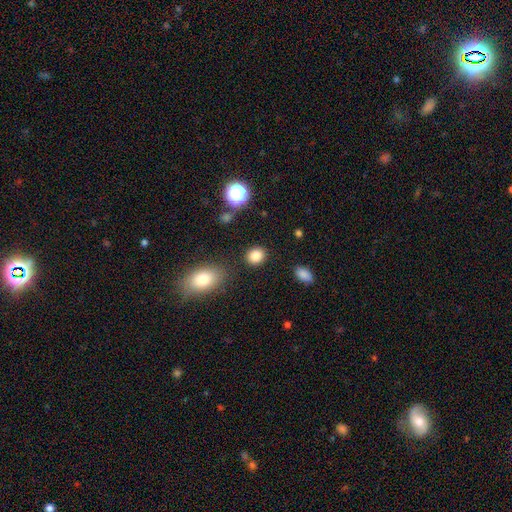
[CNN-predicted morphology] A smooth galaxy with no disk features (84%) that is round (68%). Merging: none (87%).